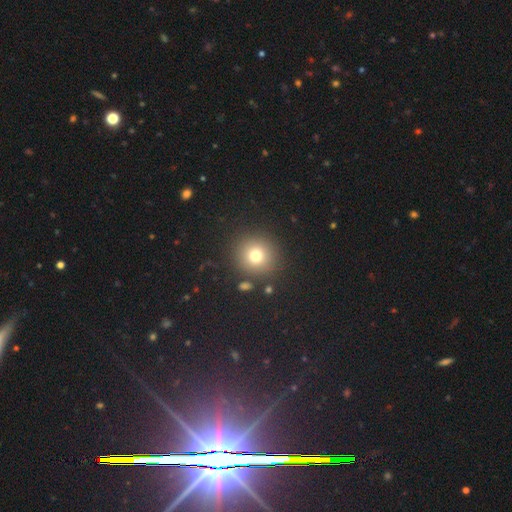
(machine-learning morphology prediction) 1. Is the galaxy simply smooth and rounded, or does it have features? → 75% smooth, 15% star or artifact, 10% featured or disk.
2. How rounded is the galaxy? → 93% round, 6% in between, 1% cigar-shaped.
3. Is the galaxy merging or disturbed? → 87% none, 7% minor disturbance, 4% merger, 3% major disturbance.